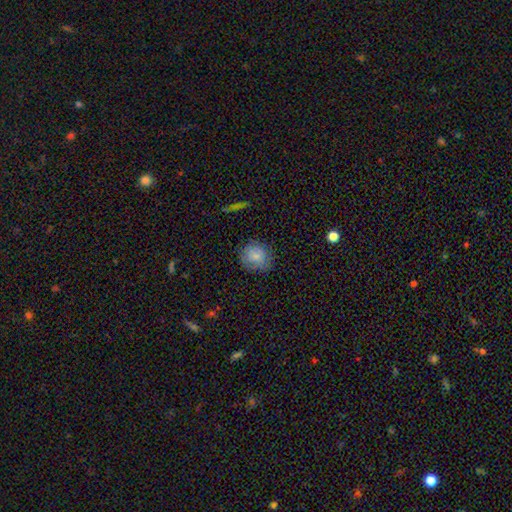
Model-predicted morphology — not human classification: smooth_or_featured: smooth (p=0.80) [alt: featured or disk p=0.11]
how_rounded: round (p=0.79) [alt: in between p=0.20]
merging: none (p=0.76) [alt: minor disturbance p=0.18]